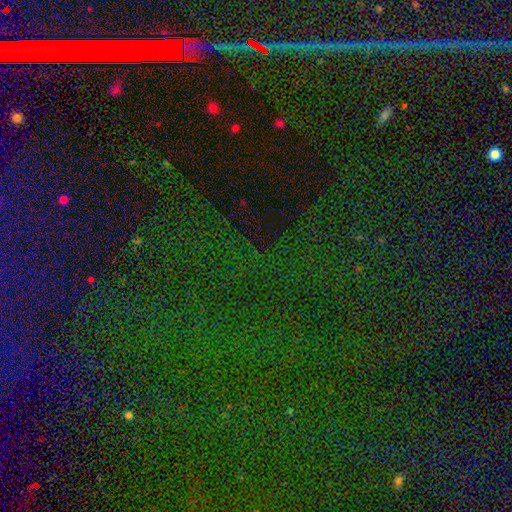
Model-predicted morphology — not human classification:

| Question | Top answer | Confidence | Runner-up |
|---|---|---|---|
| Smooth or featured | star or artifact | 81% | smooth (10%) |